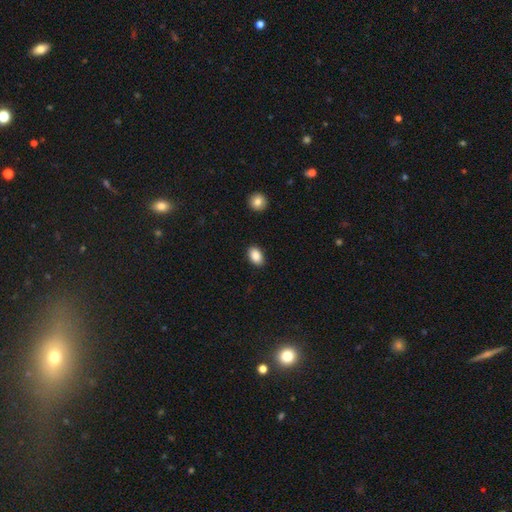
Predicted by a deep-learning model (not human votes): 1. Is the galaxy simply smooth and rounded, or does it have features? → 88% smooth, 8% star or artifact, 4% featured or disk.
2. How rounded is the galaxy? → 85% in between, 14% round, 1% cigar-shaped.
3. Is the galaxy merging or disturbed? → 89% none, 8% minor disturbance, 2% major disturbance, 1% merger.